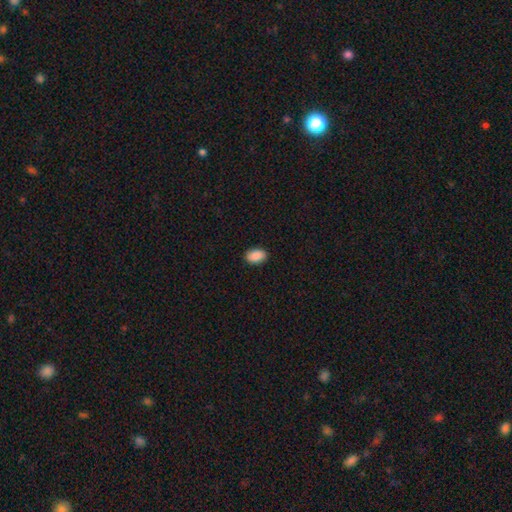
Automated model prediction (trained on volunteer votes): A smooth galaxy with no disk features (88%) that is in between round and cigar-shaped (90%). Merging: none (90%).